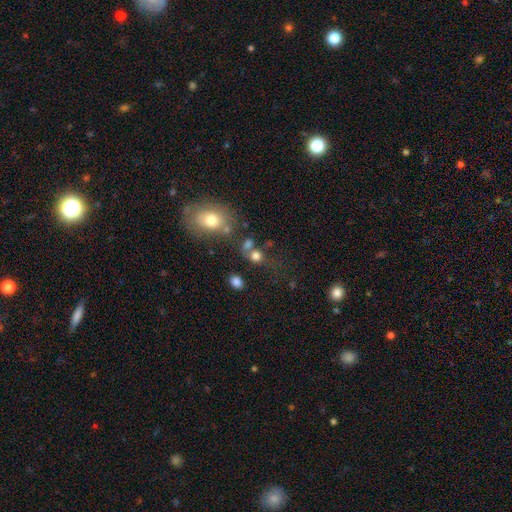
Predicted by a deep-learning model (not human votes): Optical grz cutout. It shows a smooth galaxy with no disk features (75%) that is round (70%). Merging: none (48%).